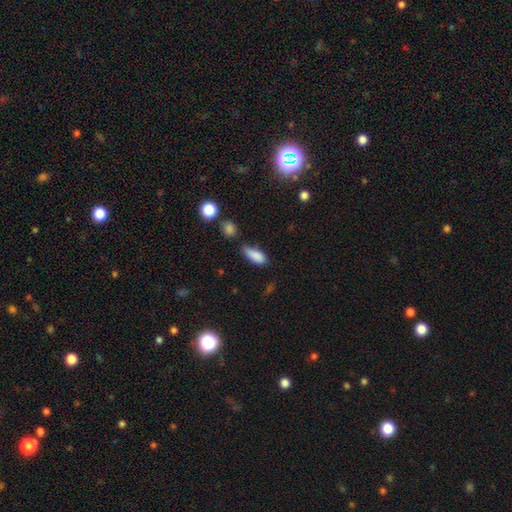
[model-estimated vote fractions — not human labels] This appears to be a smooth galaxy with no disk features (85%) that is in between round and cigar-shaped (80%). Merging: none (46%).